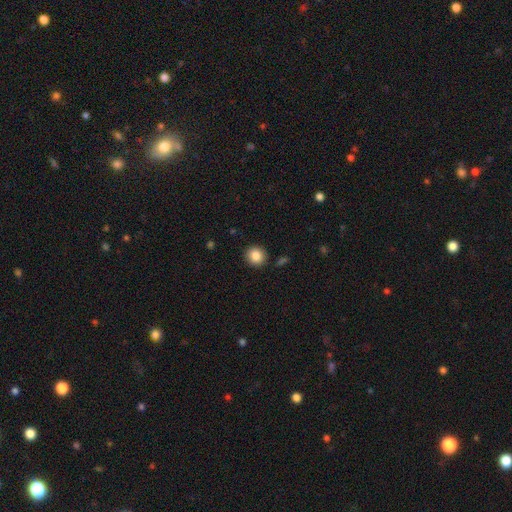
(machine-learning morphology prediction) type=smooth (86%); roundness=round (89%); merging=none (90%).